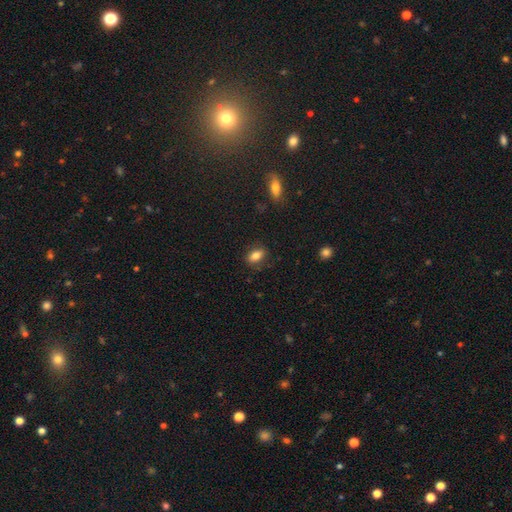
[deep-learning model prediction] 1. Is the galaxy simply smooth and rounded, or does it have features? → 81% smooth, 10% featured or disk, 9% star or artifact.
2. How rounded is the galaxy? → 84% in between, 12% round, 4% cigar-shaped.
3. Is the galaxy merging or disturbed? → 82% none, 13% minor disturbance, 3% major disturbance, 1% merger.